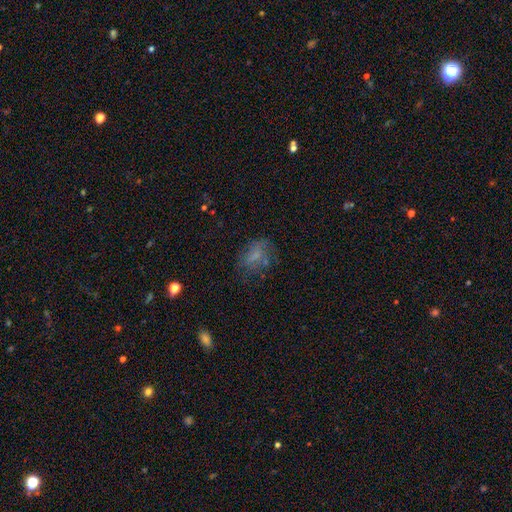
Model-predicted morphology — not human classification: smooth_or_featured: smooth (p=0.56) [alt: featured or disk p=0.29]
how_rounded: in between (p=0.75) [alt: round p=0.21]
merging: none (p=0.52) [alt: minor disturbance p=0.23]